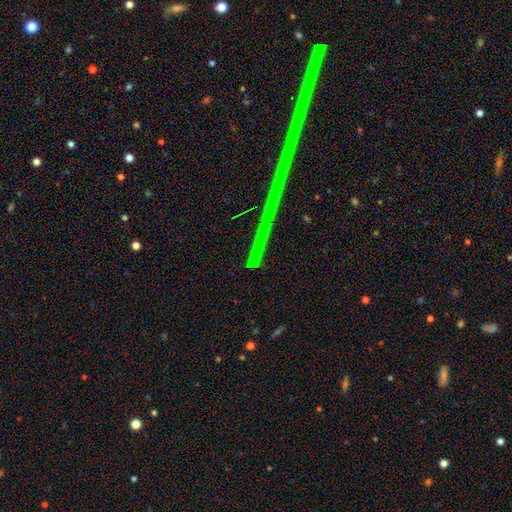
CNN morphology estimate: A star or artifact, not a galaxy (76%).